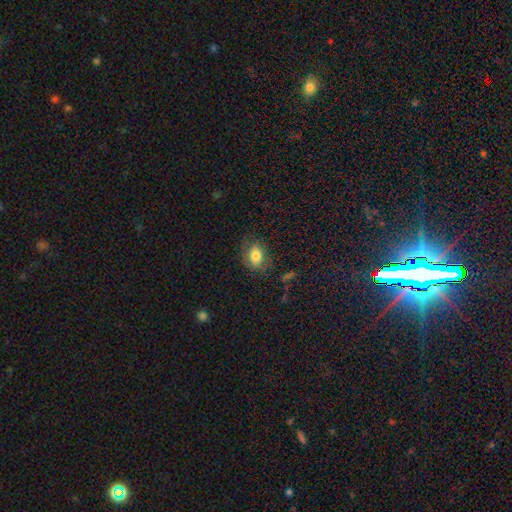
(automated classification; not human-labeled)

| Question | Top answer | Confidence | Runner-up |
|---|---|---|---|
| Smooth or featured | smooth | 78% | featured or disk (12%) |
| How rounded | in between | 62% | round (36%) |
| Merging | none | 73% | minor disturbance (19%) |